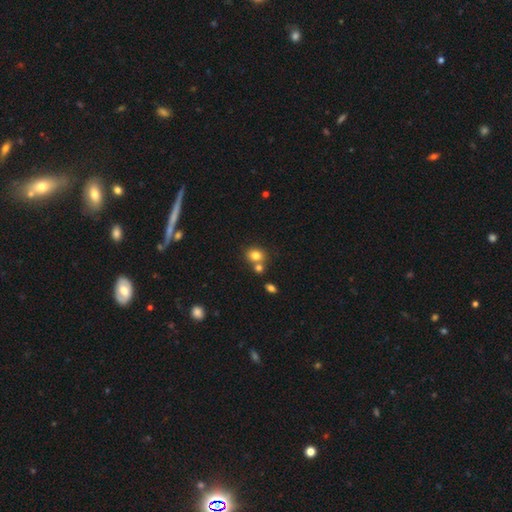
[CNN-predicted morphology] Overall: smooth (80%). How rounded: round (67%; in between 32%). Merging: none (57%; merger 31%).